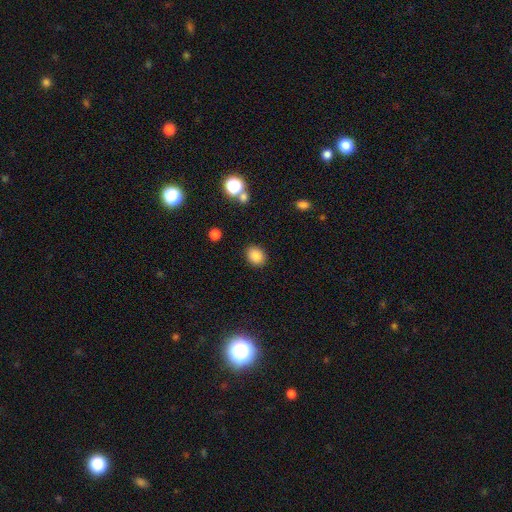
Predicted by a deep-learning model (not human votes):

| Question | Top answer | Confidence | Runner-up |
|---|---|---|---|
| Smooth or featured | smooth | 85% | star or artifact (10%) |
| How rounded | round | 58% | in between (41%) |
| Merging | none | 86% | minor disturbance (9%) |